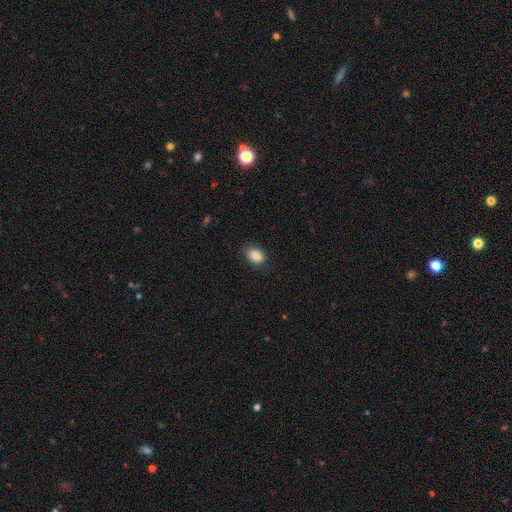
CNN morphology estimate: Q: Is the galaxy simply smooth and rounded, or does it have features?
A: smooth — 88%.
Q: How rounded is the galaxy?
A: in between — 77%.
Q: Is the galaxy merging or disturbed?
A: none — 77%.